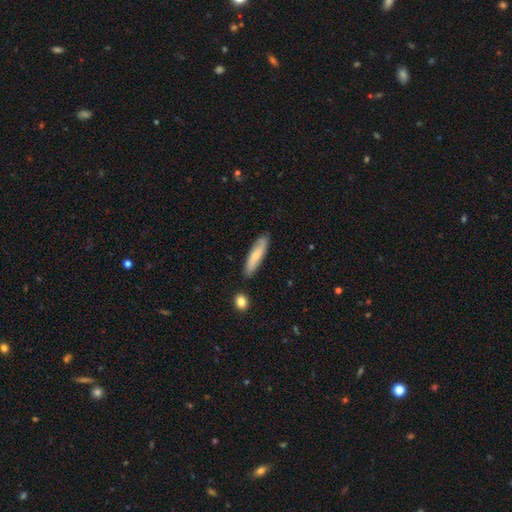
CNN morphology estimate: This is likely a smooth galaxy (64%). How rounded: likely cigar-shaped (72%). Merging: clearly none (83%).